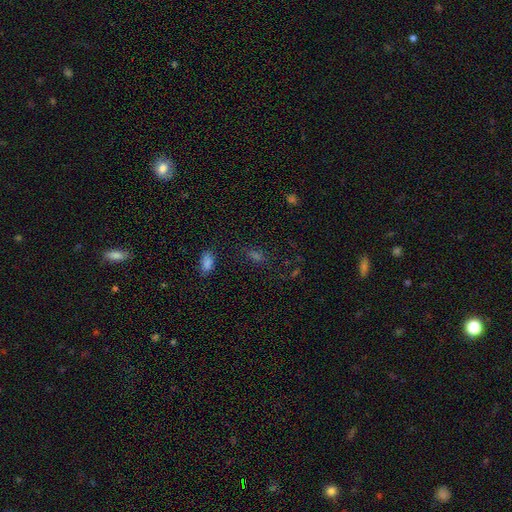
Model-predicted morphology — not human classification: This is possibly a smooth galaxy (56%). How rounded: likely in between (76%). Merging: likely none (72%).